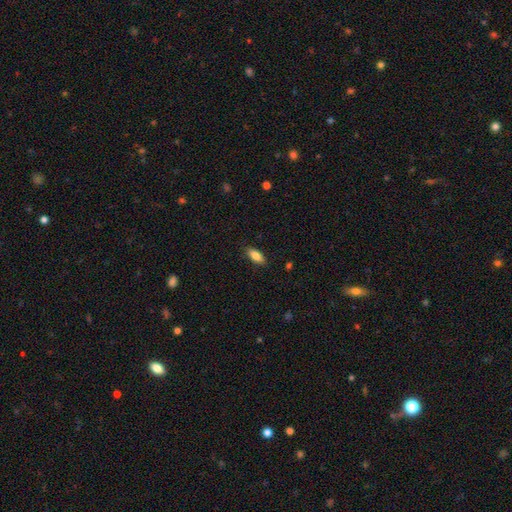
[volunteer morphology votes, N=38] Smooth or featured? smooth (82%)
How rounded? in between (87%)
Merging? none (92%)